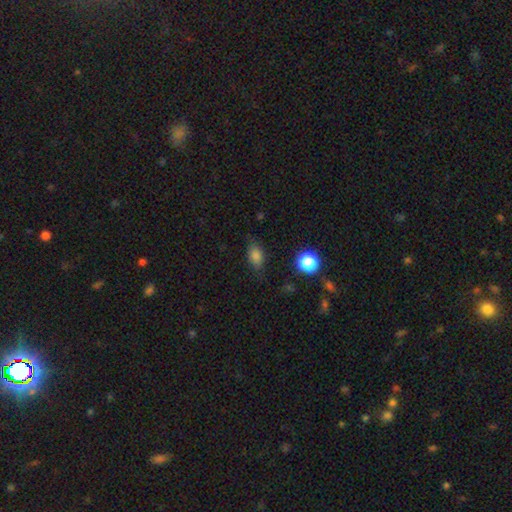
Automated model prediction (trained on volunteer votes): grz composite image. It shows a smooth galaxy with no disk features (80%) that is in between round and cigar-shaped (82%). Merging: none (75%).